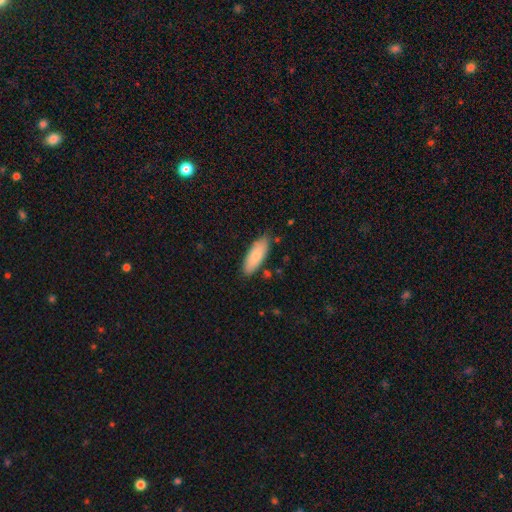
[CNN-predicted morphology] A smooth galaxy with no disk features (82%) that is in between round and cigar-shaped (71%). Merging: none (79%).